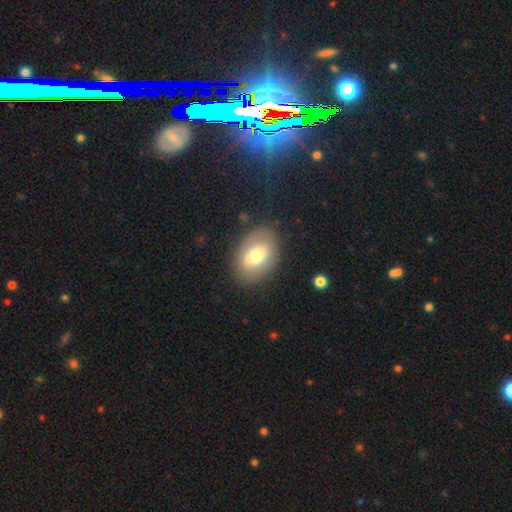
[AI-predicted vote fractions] Smooth or featured? smooth (65%)
How rounded? in between (78%)
Merging? none (82%)